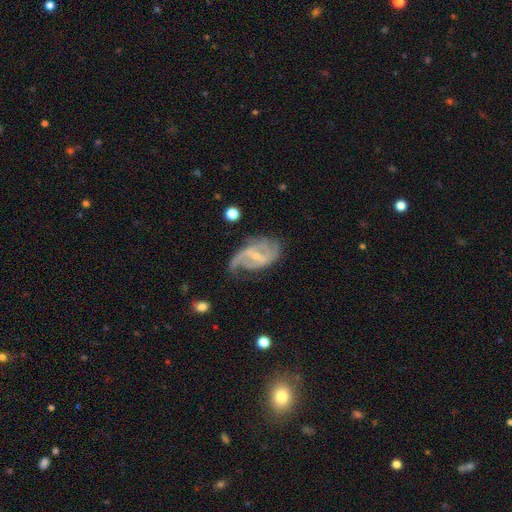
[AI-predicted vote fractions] Smooth or featured?
  - featured or disk: 83% *
  - smooth: 11%
  - star or artifact: 6%
Edge-on disk?
  - no: 96% *
  - yes: 4%
Bar?
  - weak: 50% *
  - strong: 32%
  - no: 17%
Spiral arms?
  - yes: 91% *
  - no: 9%
Spiral winding?
  - medium: 42% *
  - loose: 40%
  - tight: 18%
Spiral arm count?
  - 2: 62% *
  - can't tell: 14%
  - 1: 11%
  - 3: 8%
  - 4: 2%
  - more than 4: 2%
Bulge size?
  - small: 66% *
  - moderate: 22%
  - none: 9%
  - large: 1%
  - dominant: 1%
Merging?
  - none: 48% *
  - minor disturbance: 27%
  - major disturbance: 22%
  - merger: 3%